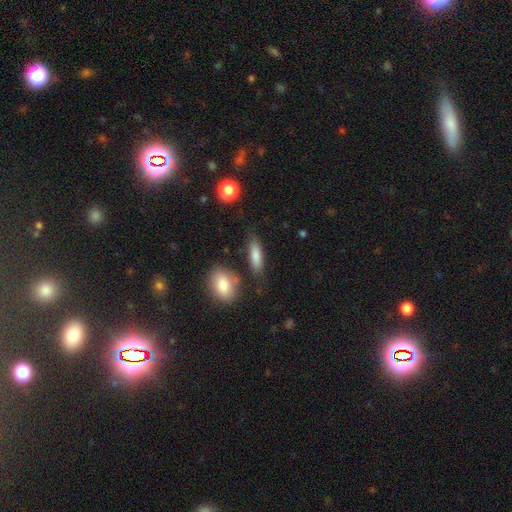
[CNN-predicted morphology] Smooth or featured? Predicted: smooth (p=0.82). How rounded? Predicted: in between (p=0.50). Merging? Predicted: none (p=0.76).